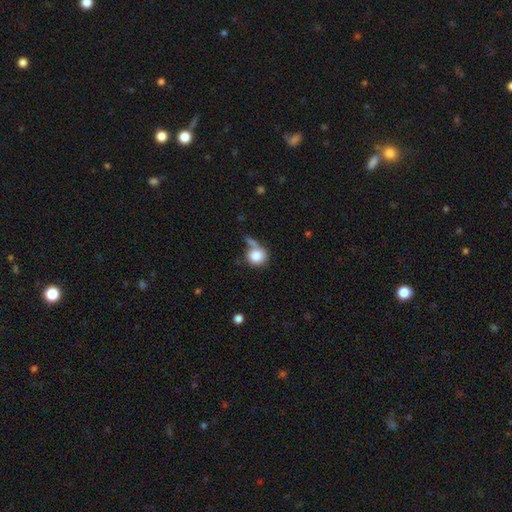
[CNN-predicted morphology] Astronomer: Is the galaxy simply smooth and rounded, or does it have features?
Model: smooth — 82%.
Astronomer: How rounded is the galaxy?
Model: round — 84%.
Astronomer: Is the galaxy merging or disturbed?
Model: none — 46% (runner-up: merger, 22%).